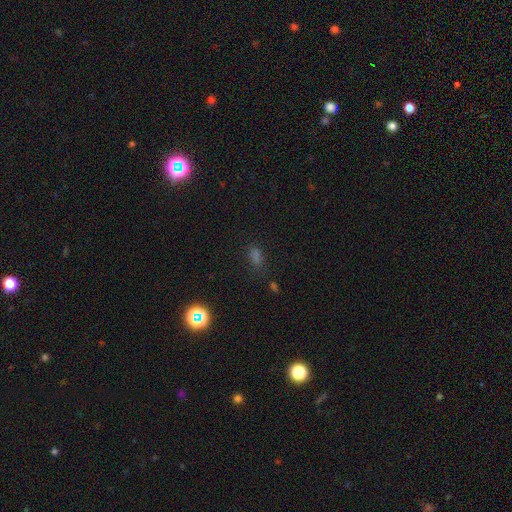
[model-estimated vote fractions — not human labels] This appears to be a smooth galaxy with no disk features (52%) that is in between round and cigar-shaped (69%). Merging: none (70%).